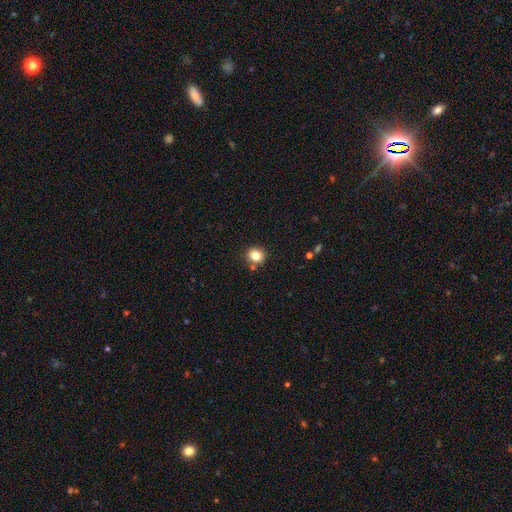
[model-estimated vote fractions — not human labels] Overall: smooth (83%). How rounded: round (84%). Merging: none (85%).